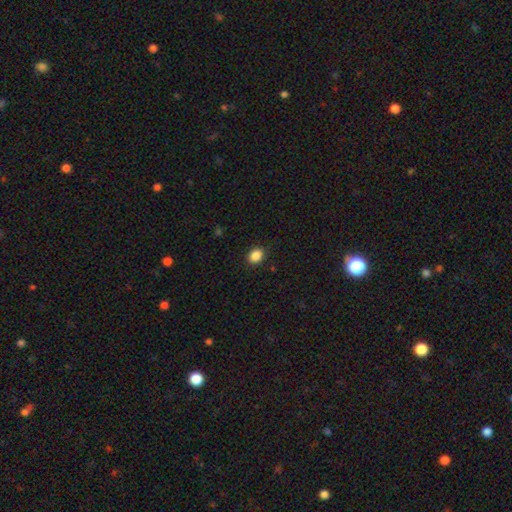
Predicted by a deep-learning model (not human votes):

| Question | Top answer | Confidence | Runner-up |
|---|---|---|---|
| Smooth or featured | smooth | 87% | star or artifact (9%) |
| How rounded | in between | 56% | round (43%) |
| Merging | none | 89% | minor disturbance (8%) |